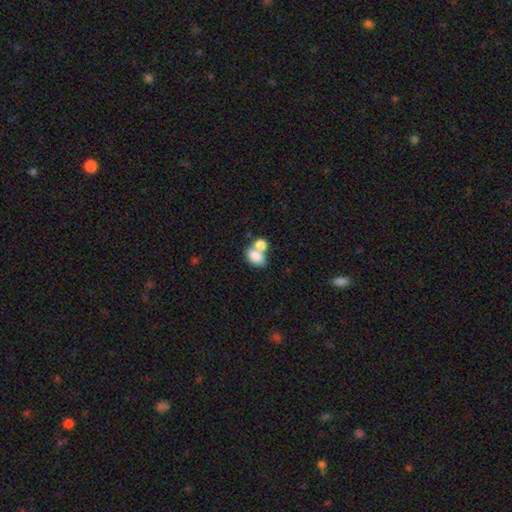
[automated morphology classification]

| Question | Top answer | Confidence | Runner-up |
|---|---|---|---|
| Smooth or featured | smooth | 81% | featured or disk (11%) |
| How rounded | in between | 80% | round (19%) |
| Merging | merger | 57% | none (29%) |